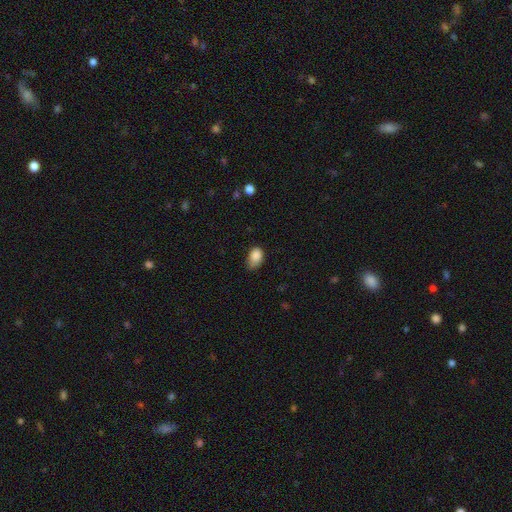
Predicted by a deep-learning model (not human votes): A smooth galaxy with no disk features (86%) that is in between round and cigar-shaped (83%).

Vote fractions:
- Smooth or featured? smooth: 86% / star or artifact: 8% / featured or disk: 5%
- How rounded? in between: 83% / round: 16% / cigar-shaped: 1%
- Merging? none: 47% / minor disturbance: 41% / major disturbance: 9% / merger: 2%